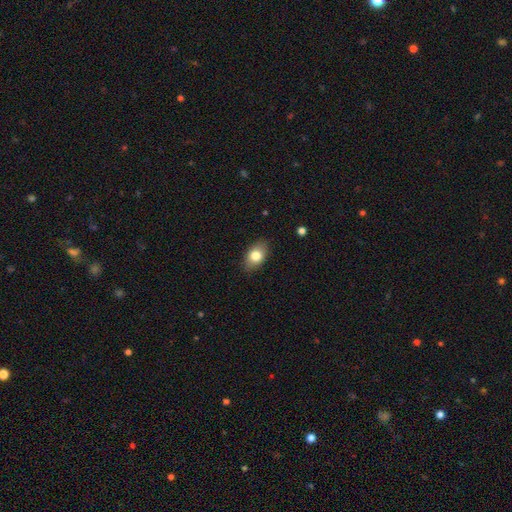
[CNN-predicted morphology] Smooth or featured? smooth (78%)
How rounded? in between (86%)
Merging? none (85%)